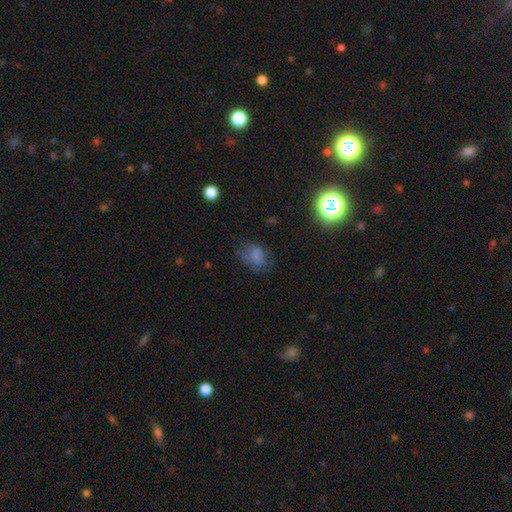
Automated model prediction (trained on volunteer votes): smooth_or_featured: smooth (p=0.66) [alt: star or artifact p=0.17]
how_rounded: in between (p=0.65) [alt: round p=0.33]
merging: none (p=0.54) [alt: minor disturbance p=0.25]